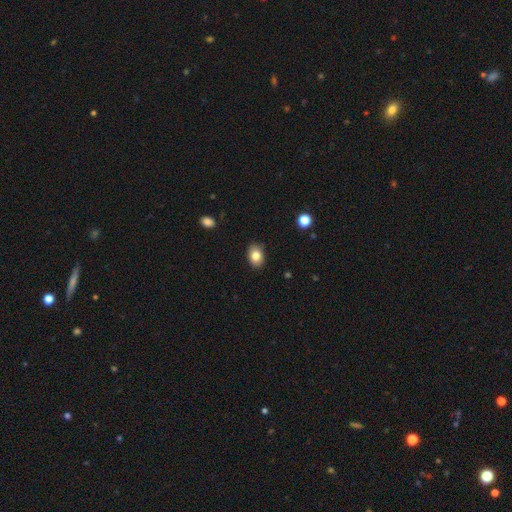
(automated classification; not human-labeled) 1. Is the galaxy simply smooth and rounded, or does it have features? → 82% smooth, 9% featured or disk, 9% star or artifact.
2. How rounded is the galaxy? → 76% in between, 23% round, 1% cigar-shaped.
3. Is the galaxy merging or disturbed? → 87% none, 10% minor disturbance, 2% major disturbance, 1% merger.